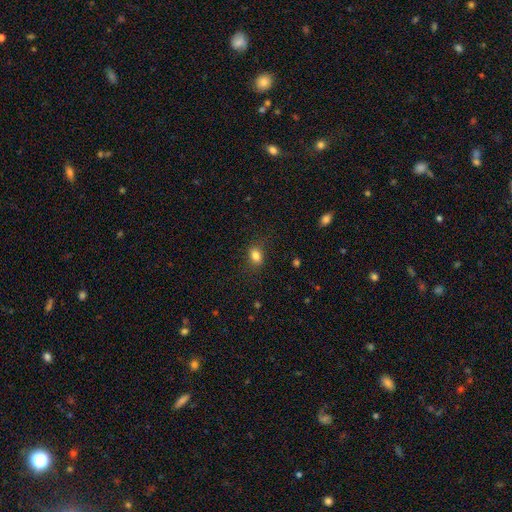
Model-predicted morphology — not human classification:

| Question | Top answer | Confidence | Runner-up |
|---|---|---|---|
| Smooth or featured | smooth | 82% | star or artifact (11%) |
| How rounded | in between | 66% | round (32%) |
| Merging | none | 81% | minor disturbance (13%) |